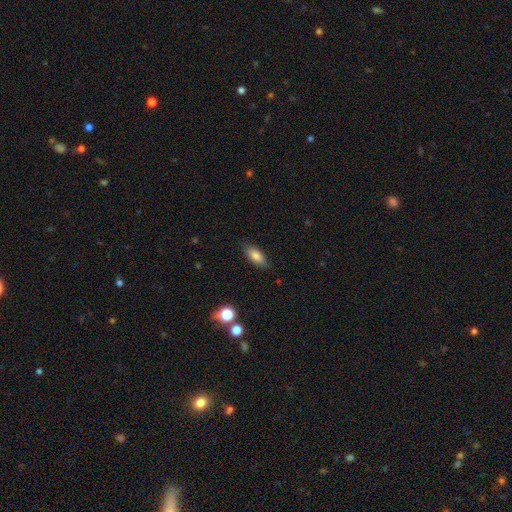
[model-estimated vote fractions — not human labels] Smooth or featured: smooth — 81% (featured or disk — 11%)
How rounded: in between — 80% (cigar-shaped — 17%)
Merging: none — 84% (minor disturbance — 12%)